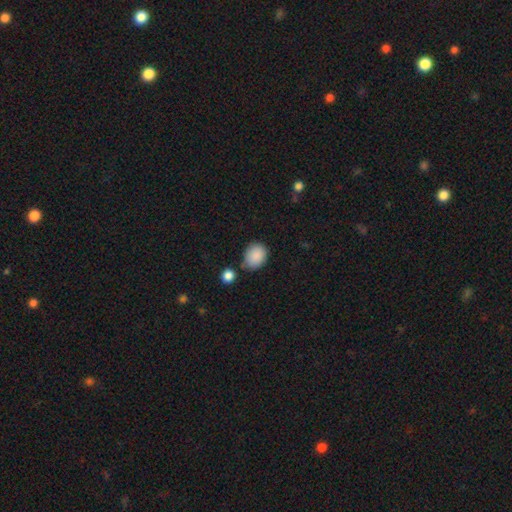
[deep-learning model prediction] smooth_or_featured: smooth (p=0.88) [alt: star or artifact p=0.08]
how_rounded: in between (p=0.52) [alt: round p=0.47]
merging: none (p=0.67) [alt: minor disturbance p=0.19]